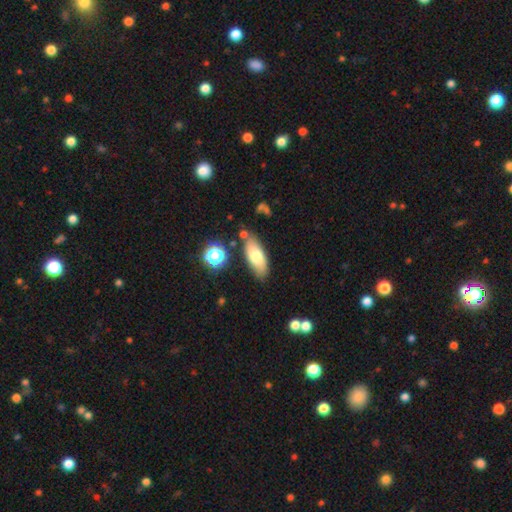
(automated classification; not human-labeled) This appears to be a smooth galaxy with no disk features (71%) that is in between round and cigar-shaped (78%). Merging: none (79%).